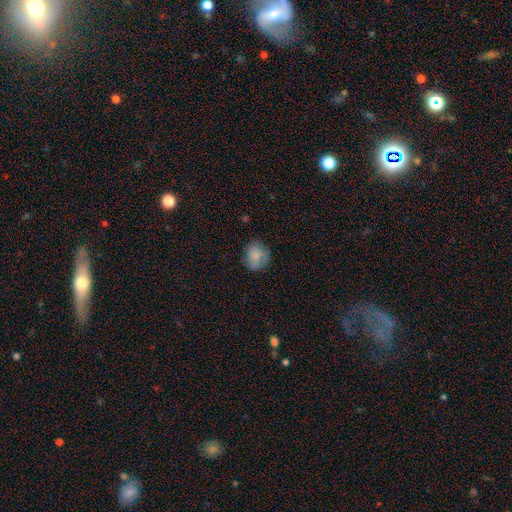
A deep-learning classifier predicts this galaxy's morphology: Smooth or featured?
  - smooth: 80% *
  - featured or disk: 11%
  - star or artifact: 9%
How rounded?
  - round: 66% *
  - in between: 33%
  - cigar-shaped: 1%
Merging?
  - none: 72% *
  - minor disturbance: 21%
  - major disturbance: 6%
  - merger: 1%